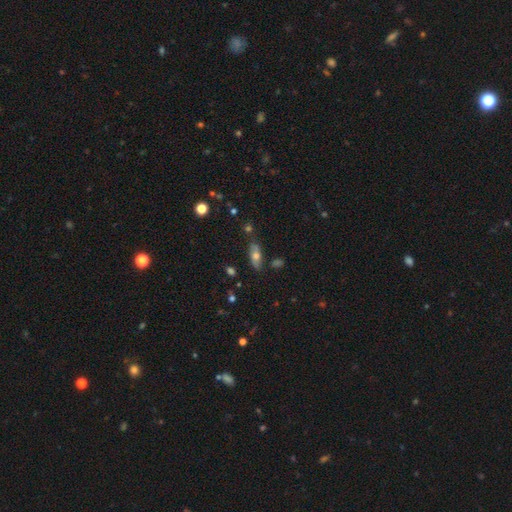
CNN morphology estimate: smooth-or-featured: smooth: 61% | featured or disk: 30% | star or artifact: 9%
  how-rounded: in between: 69% | cigar-shaped: 27% | round: 4%
  merging: none: 75% | minor disturbance: 17% | merger: 5% | major disturbance: 4%